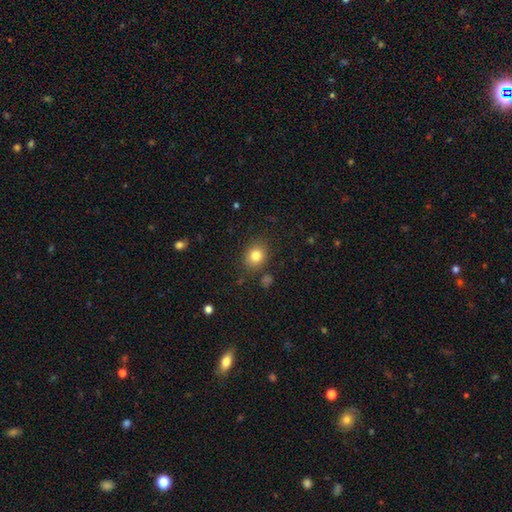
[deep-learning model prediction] Smooth or featured?
  - smooth: 82% *
  - star or artifact: 11%
  - featured or disk: 7%
How rounded?
  - round: 67% *
  - in between: 32%
  - cigar-shaped: 1%
Merging?
  - none: 85% *
  - minor disturbance: 9%
  - merger: 3%
  - major disturbance: 3%